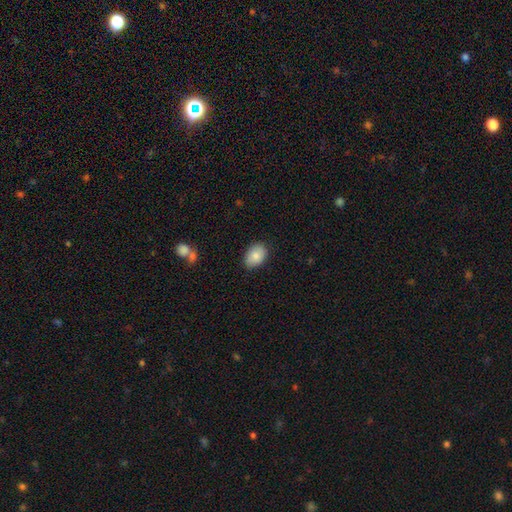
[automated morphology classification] Smooth or featured? smooth (85%)
How rounded? in between (82%)
Merging? none (84%)